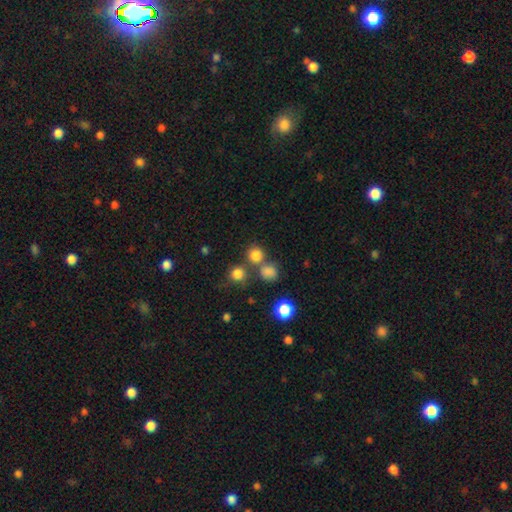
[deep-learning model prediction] Morphology: type=smooth (79%); roundness=round (87%); merging=none (61%).